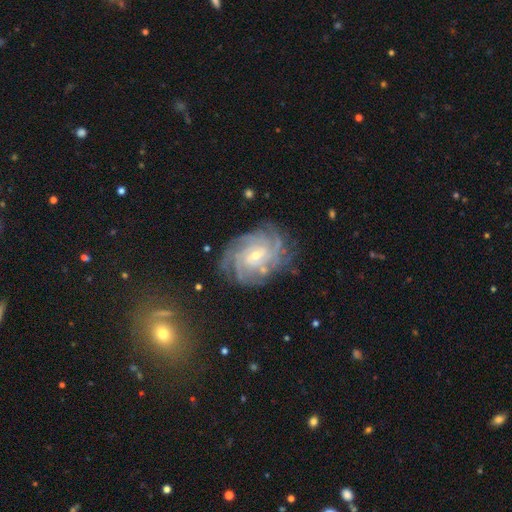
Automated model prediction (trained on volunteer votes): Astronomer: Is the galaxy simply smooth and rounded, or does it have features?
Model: featured or disk — 89%.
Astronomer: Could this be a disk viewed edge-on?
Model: no — 97%.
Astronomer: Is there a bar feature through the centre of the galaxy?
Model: no — 50% (runner-up: weak, 40%).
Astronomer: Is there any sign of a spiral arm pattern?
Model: yes — 97%.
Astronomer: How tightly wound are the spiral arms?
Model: tight — 72%.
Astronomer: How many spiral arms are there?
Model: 4 — 31% (runner-up: can't tell, 25%).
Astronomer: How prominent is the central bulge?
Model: small — 66%.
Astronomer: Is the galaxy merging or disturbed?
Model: none — 74%.